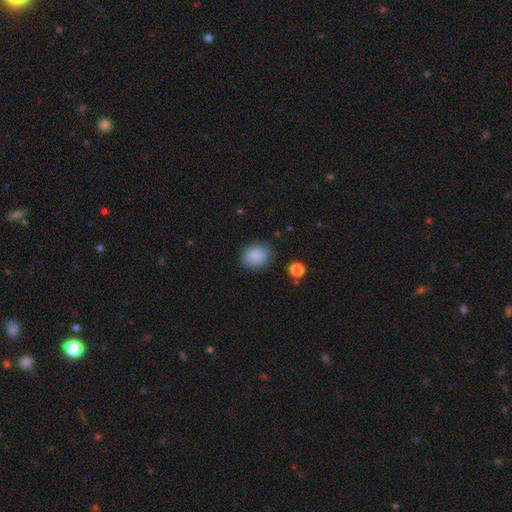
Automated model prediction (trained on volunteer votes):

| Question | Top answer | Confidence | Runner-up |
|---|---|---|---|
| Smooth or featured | smooth | 87% | star or artifact (9%) |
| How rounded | round | 61% | in between (38%) |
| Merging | none | 80% | minor disturbance (15%) |